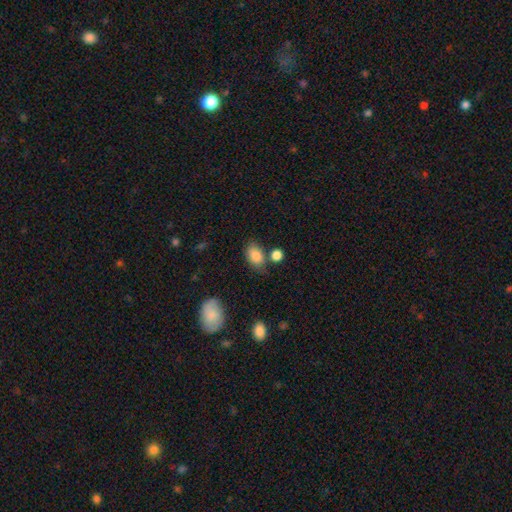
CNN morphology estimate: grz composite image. It shows a smooth galaxy with no disk features (85%) that is in between round and cigar-shaped (84%). Merging: none (64%).